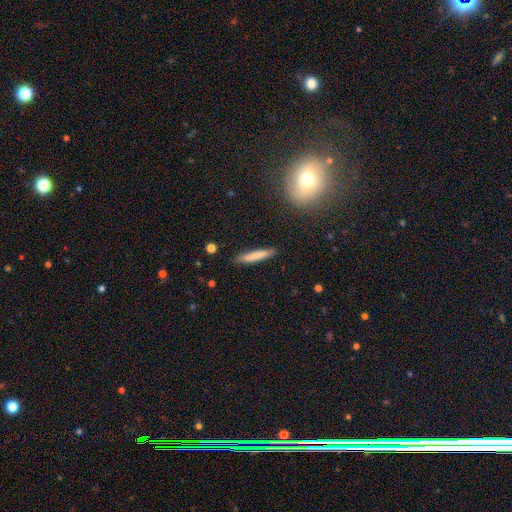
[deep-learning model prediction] Smooth or featured: smooth — 76% (featured or disk — 17%)
How rounded: cigar-shaped — 93% (in between — 6%)
Merging: none — 89% (minor disturbance — 8%)